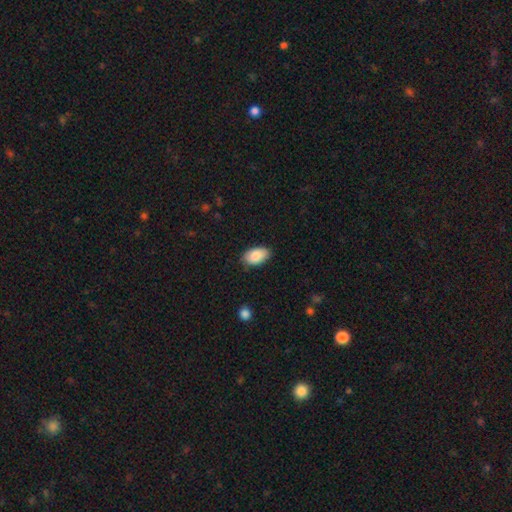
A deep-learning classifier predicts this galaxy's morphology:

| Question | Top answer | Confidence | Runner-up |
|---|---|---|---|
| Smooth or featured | smooth | 87% | star or artifact (6%) |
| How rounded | in between | 94% | round (4%) |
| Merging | none | 85% | minor disturbance (12%) |